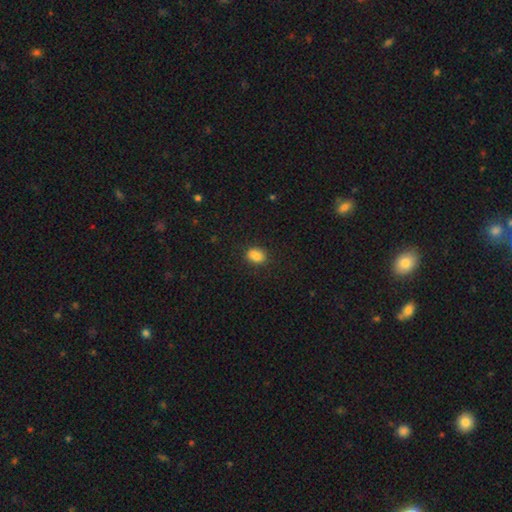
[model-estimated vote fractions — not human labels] Smooth or featured: smooth — 83% (star or artifact — 11%)
How rounded: in between — 68% (round — 30%)
Merging: none — 73% (minor disturbance — 16%)